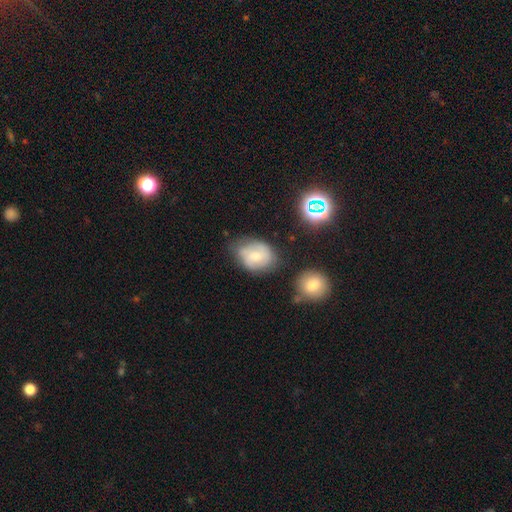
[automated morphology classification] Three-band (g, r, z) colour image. It shows a smooth galaxy with no disk features (51%) that is in between round and cigar-shaped (52%). Merging: none (52%).